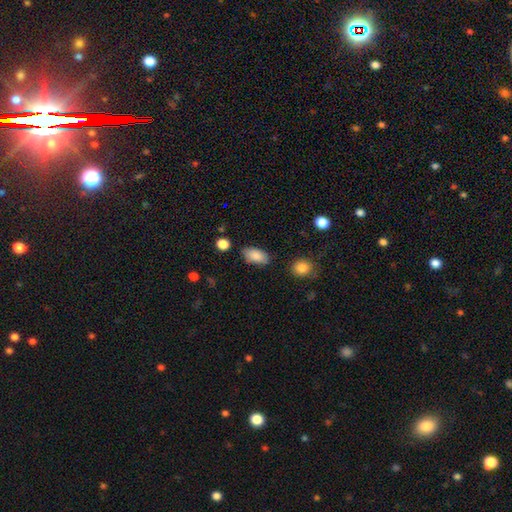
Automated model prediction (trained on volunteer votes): This appears to be a smooth galaxy with no disk features (87%) that is in between round and cigar-shaped (93%). Merging: none (81%).